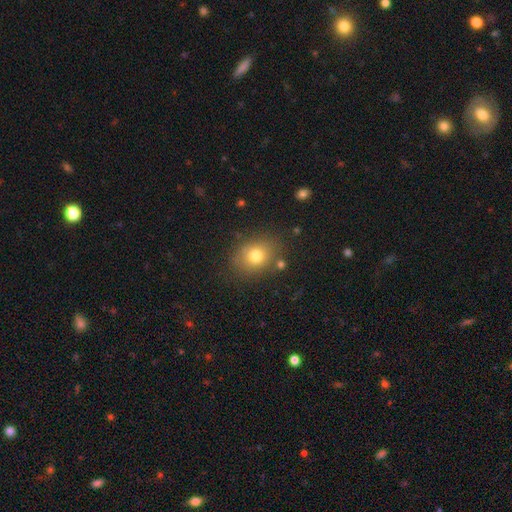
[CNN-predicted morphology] Overall: smooth (77%). How rounded: round (53%; in between 46%). Merging: none (78%).